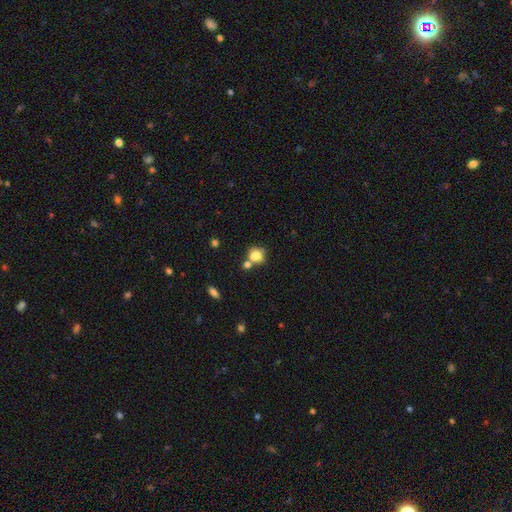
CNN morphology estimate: type=smooth (73%); roundness=round (60%); merging=merger (46%).